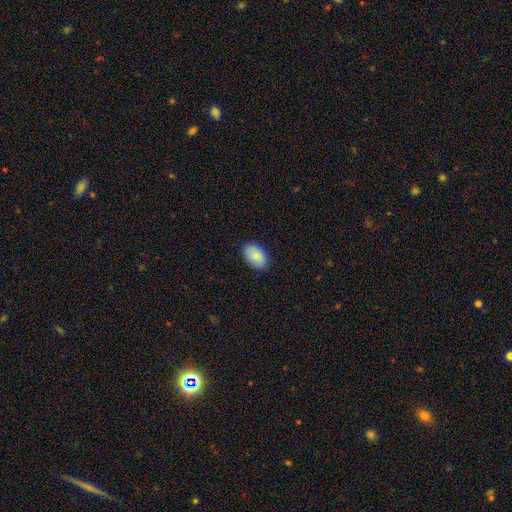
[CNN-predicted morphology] This appears to be a smooth galaxy with no disk features (86%) that is in between round and cigar-shaped (90%). Merging: none (85%).